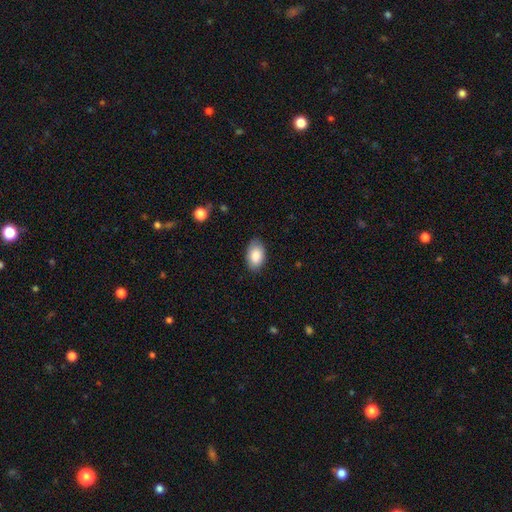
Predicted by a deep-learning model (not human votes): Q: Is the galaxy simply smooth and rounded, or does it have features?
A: smooth — 87%.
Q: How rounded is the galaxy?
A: in between — 92%.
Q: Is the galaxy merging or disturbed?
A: none — 83%.